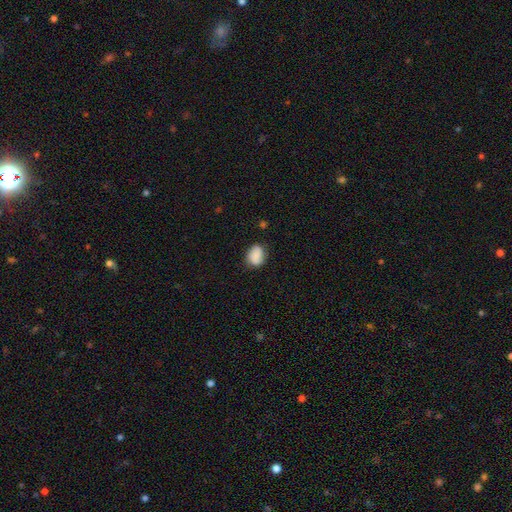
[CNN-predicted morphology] This appears to be a smooth galaxy with no disk features (84%) that is in between round and cigar-shaped (70%). Merging: none (71%).